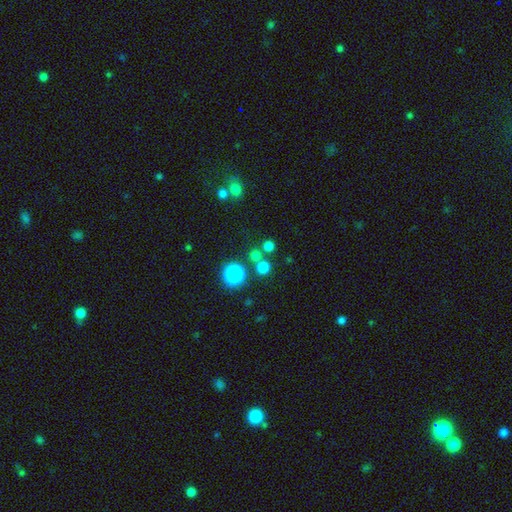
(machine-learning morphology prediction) Smooth or featured? smooth (69%)
How rounded? round (92%)
Merging? none (74%)